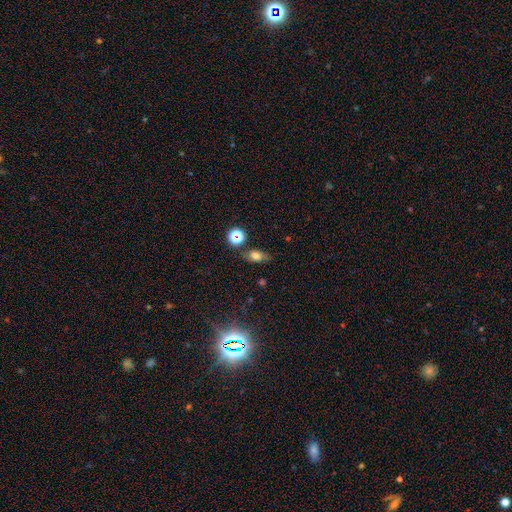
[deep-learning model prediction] The model was most divided on "smooth or featured": smooth: 67%, star or artifact: 17%, featured or disk: 16%. More confident: how rounded — in between (75%); merging — none (73%).